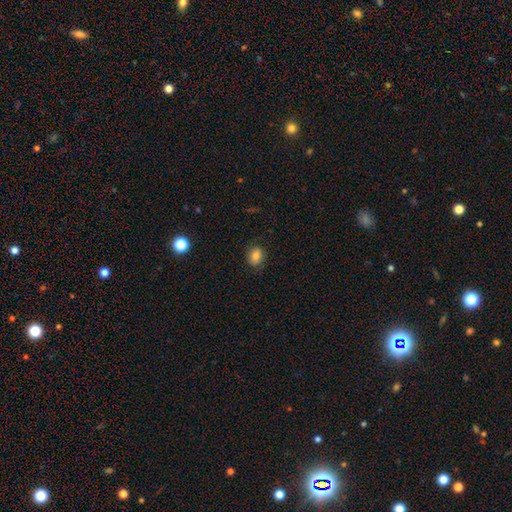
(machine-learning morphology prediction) type=smooth (82%); roundness=round (51%); merging=none (83%).